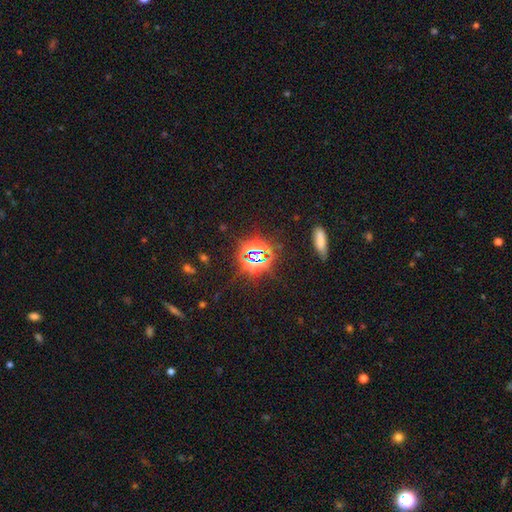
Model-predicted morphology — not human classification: Smooth or featured?
  - star or artifact: 77% *
  - smooth: 15%
  - featured or disk: 9%